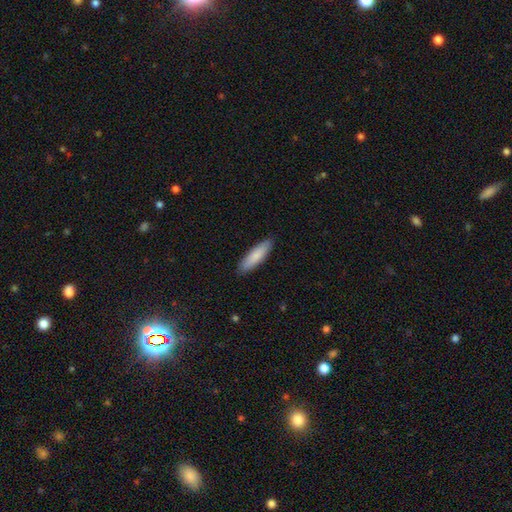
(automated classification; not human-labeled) Q: Smooth or featured?
A: smooth (84%); runner-up: featured or disk (11%)
Q: How rounded?
A: cigar-shaped (67%); runner-up: in between (32%)
Q: Merging?
A: none (89%); runner-up: minor disturbance (8%)